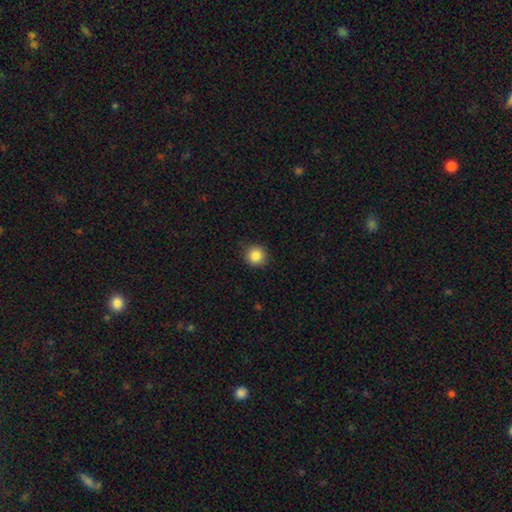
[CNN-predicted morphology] This appears to be a smooth galaxy with no disk features (86%) that is round (93%). Merging: none (90%).